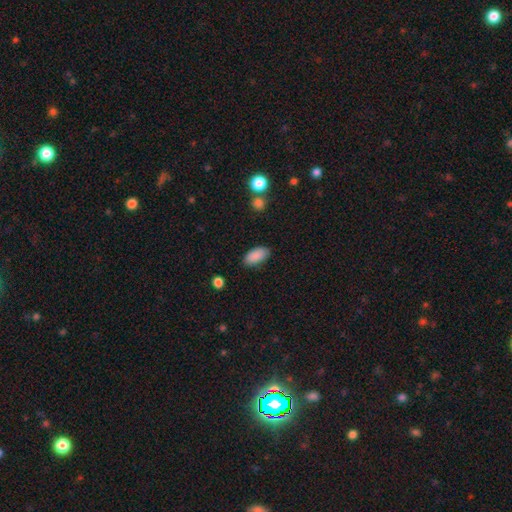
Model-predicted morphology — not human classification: smooth-or-featured: smooth: 89% | star or artifact: 7% | featured or disk: 4%
  how-rounded: in between: 94% | cigar-shaped: 4% | round: 3%
  merging: none: 85% | minor disturbance: 11% | major disturbance: 3% | merger: 1%